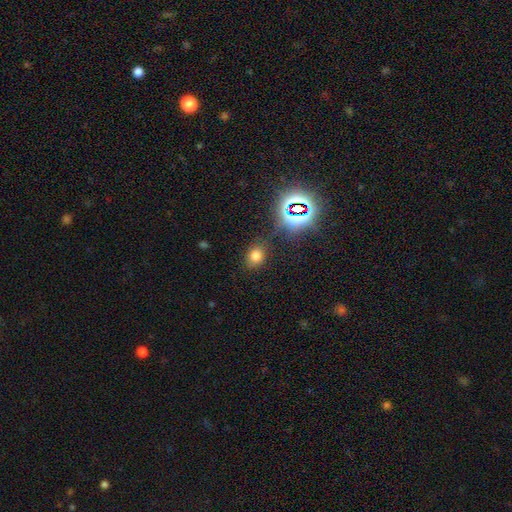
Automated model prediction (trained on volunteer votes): This appears to be a smooth galaxy with no disk features (69%) that is round (51%). Merging: none (76%).